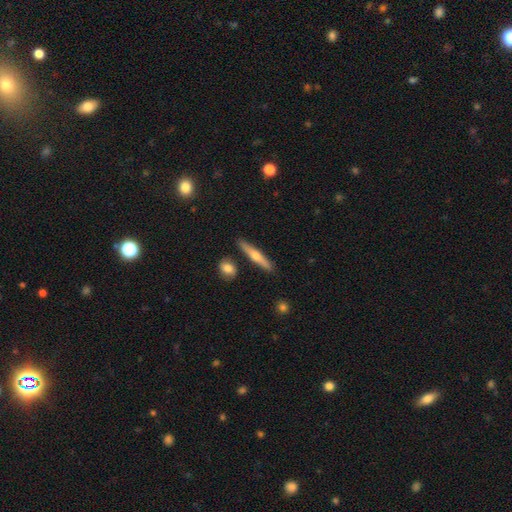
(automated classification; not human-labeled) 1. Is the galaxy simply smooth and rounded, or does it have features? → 48% featured or disk, 47% smooth, 6% star or artifact.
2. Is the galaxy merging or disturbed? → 86% none, 8% minor disturbance, 4% merger, 2% major disturbance.